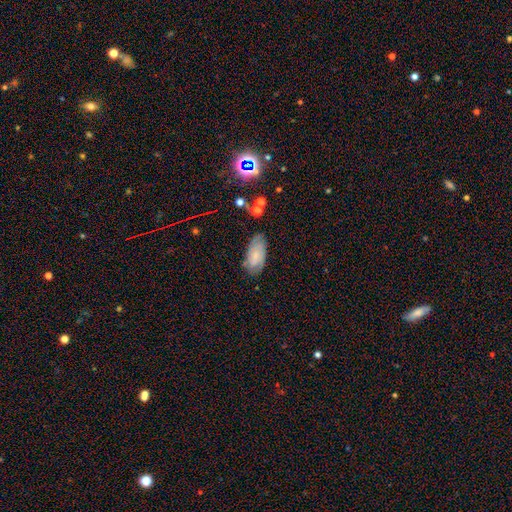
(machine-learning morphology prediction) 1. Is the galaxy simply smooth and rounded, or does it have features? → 58% smooth, 33% featured or disk, 9% star or artifact.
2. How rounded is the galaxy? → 92% in between, 5% cigar-shaped, 3% round.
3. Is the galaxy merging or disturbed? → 71% none, 22% minor disturbance, 5% major disturbance, 2% merger.